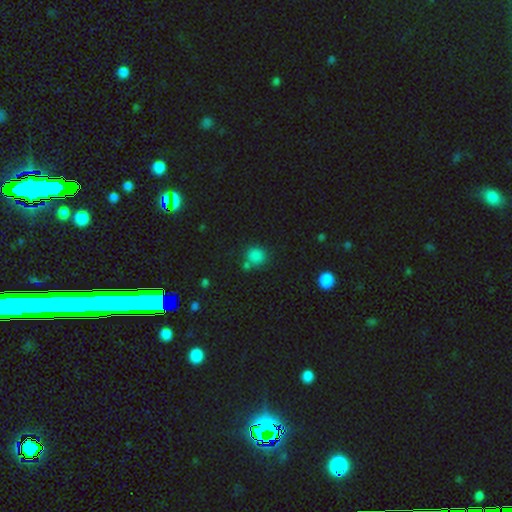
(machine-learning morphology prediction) Q: Smooth or featured?
A: smooth (81%); runner-up: star or artifact (15%)
Q: How rounded?
A: round (84%); runner-up: in between (15%)
Q: Merging?
A: none (68%); runner-up: merger (16%)